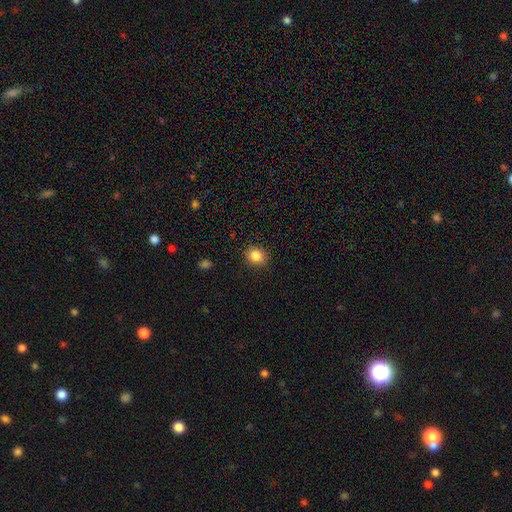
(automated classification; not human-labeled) This appears to be a smooth galaxy with no disk features (85%) that is round (73%). Merging: none (89%).